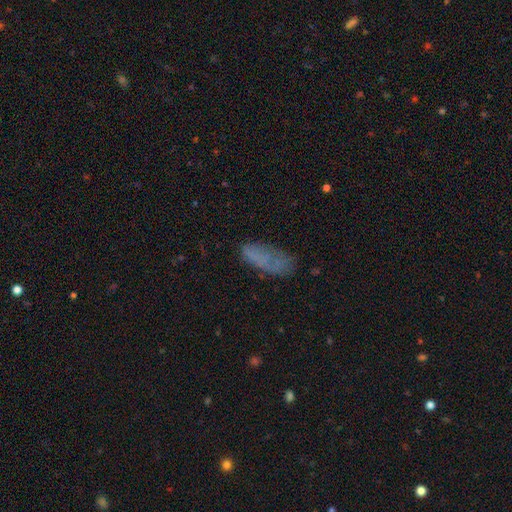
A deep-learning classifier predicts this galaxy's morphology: Smooth or featured?
  - smooth: 65% *
  - featured or disk: 22%
  - star or artifact: 13%
How rounded?
  - in between: 72% *
  - cigar-shaped: 26%
  - round: 3%
Merging?
  - none: 55% *
  - minor disturbance: 25%
  - major disturbance: 16%
  - merger: 4%